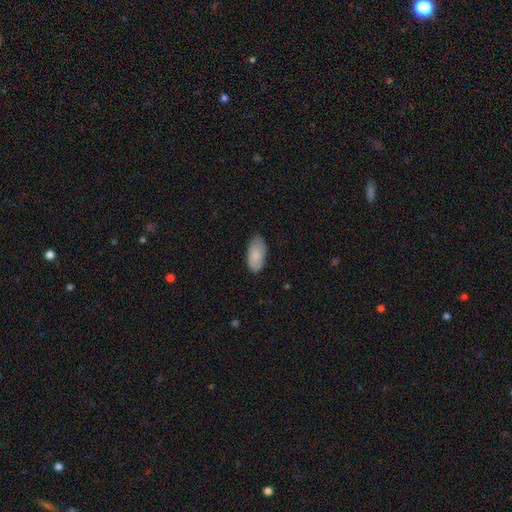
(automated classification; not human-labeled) Smooth or featured?
  - smooth: 87% *
  - featured or disk: 8%
  - star or artifact: 6%
How rounded?
  - in between: 94% *
  - cigar-shaped: 4%
  - round: 2%
Merging?
  - none: 77% *
  - minor disturbance: 19%
  - major disturbance: 3%
  - merger: 1%